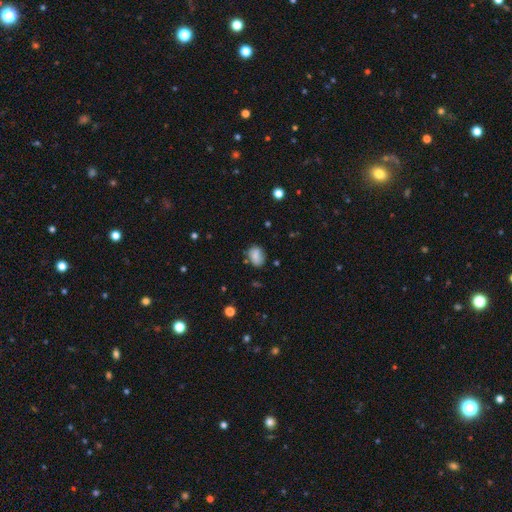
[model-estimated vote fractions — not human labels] smooth_or_featured: smooth (p=0.82) [alt: star or artifact p=0.10]
how_rounded: in between (p=0.72) [alt: round p=0.26]
merging: none (p=0.71) [alt: minor disturbance p=0.21]